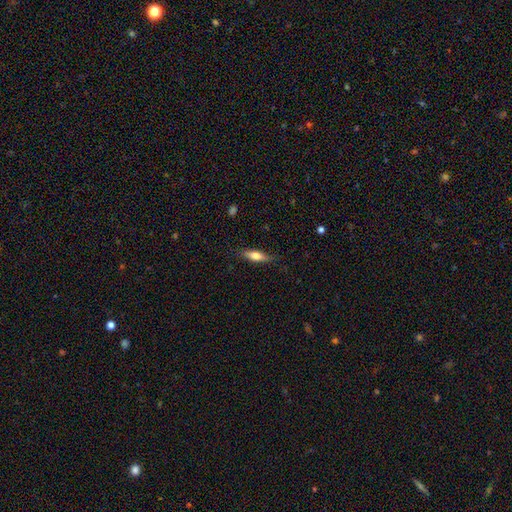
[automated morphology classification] type=smooth (64%); roundness=cigar-shaped (55%); merging=none (80%).